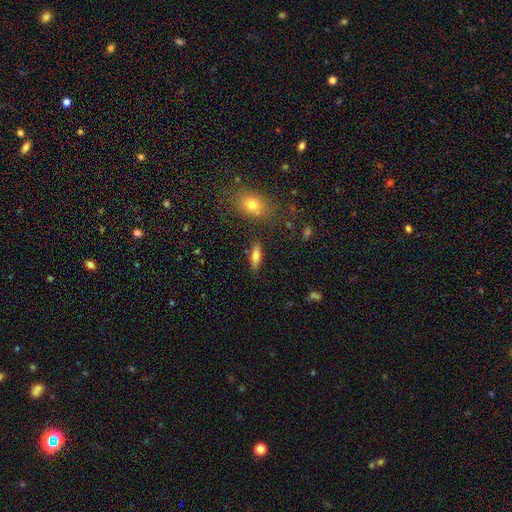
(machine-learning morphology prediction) Smooth or featured?
  - smooth: 75% *
  - featured or disk: 16%
  - star or artifact: 9%
How rounded?
  - in between: 58% *
  - cigar-shaped: 38%
  - round: 3%
Merging?
  - none: 83% *
  - minor disturbance: 11%
  - merger: 3%
  - major disturbance: 3%